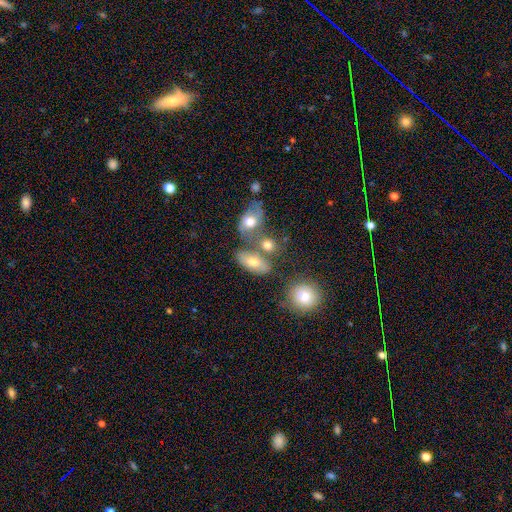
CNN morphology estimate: This is possibly a smooth galaxy (51%). How rounded: possibly round (59%). Merging: possibly none (52%).